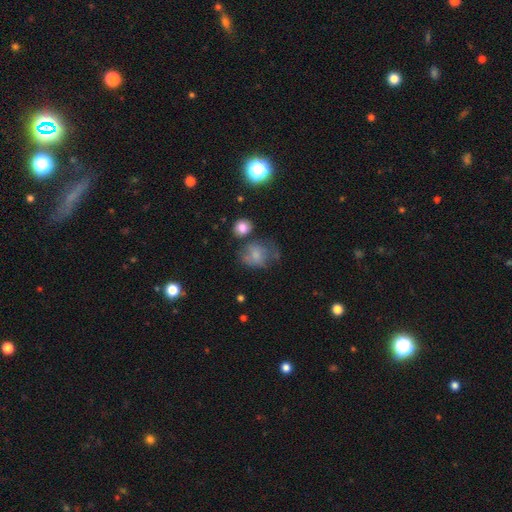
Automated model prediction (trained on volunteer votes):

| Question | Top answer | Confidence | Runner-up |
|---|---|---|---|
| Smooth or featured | smooth | 57% | featured or disk (28%) |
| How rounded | round | 58% | in between (41%) |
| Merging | none | 48% | minor disturbance (26%) |